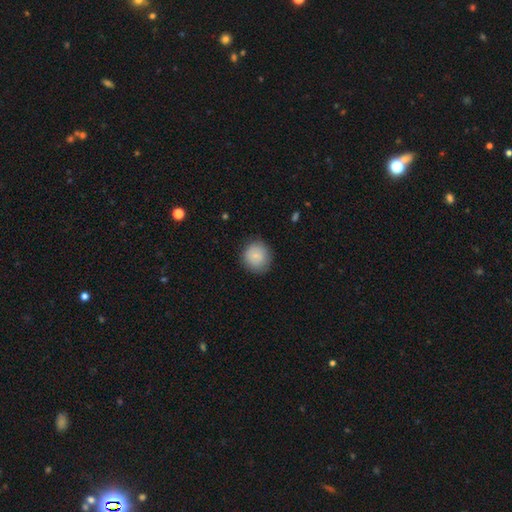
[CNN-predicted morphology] Q: Smooth or featured?
A: smooth (84%); runner-up: featured or disk (9%)
Q: How rounded?
A: round (88%); runner-up: in between (11%)
Q: Merging?
A: none (84%); runner-up: minor disturbance (12%)